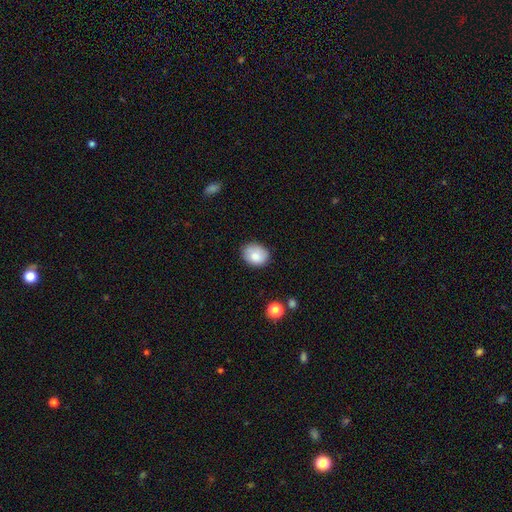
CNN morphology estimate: smooth_or_featured: smooth (p=0.83) [alt: featured or disk p=0.09]
how_rounded: in between (p=0.54) [alt: round p=0.45]
merging: none (p=0.80) [alt: minor disturbance p=0.15]